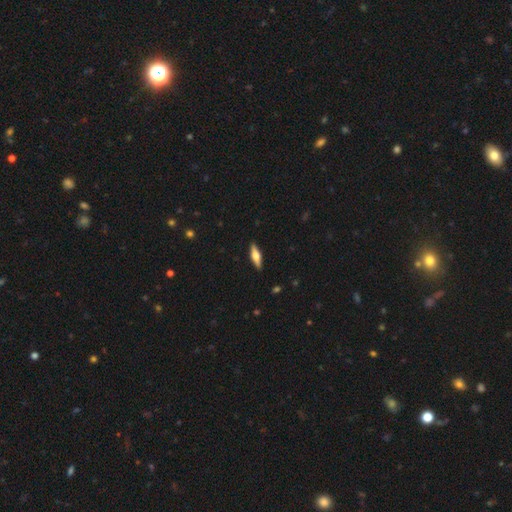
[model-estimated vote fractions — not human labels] Smooth or featured? featured or disk (54%)
Edge-on disk? yes (95%)
Edge-on bulge? rounded (90%)
Merging? none (90%)